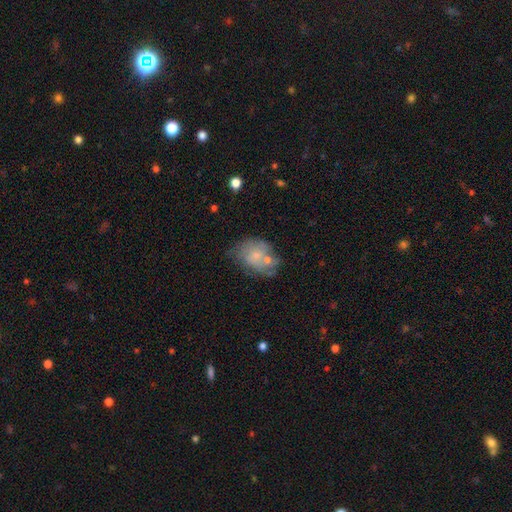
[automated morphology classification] A smooth galaxy with no disk features (53%) that is in between round and cigar-shaped (65%). Merging: none (38%).